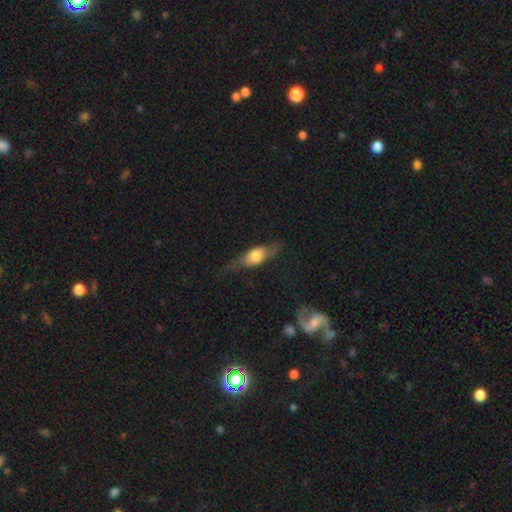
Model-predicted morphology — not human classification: A featured or disk galaxy (48%). Merging: none (53%).